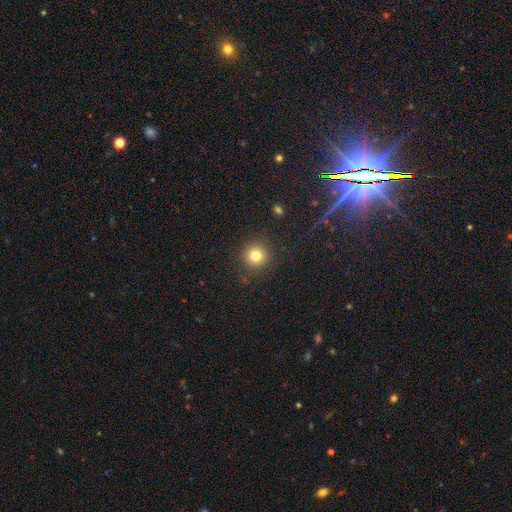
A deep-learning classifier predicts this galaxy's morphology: type=smooth (80%); roundness=round (95%); merging=none (90%).